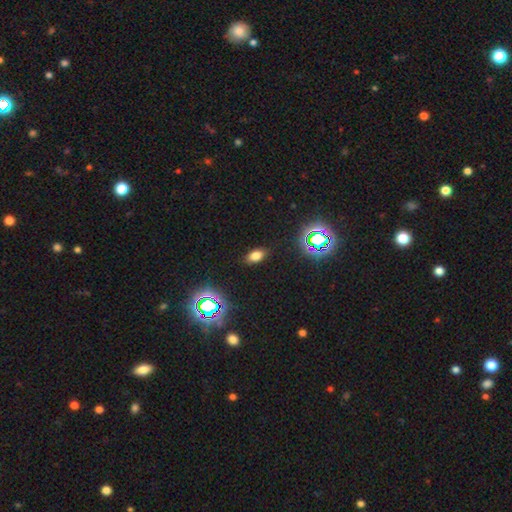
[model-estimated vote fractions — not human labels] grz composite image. It shows a smooth galaxy with no disk features (72%) that is in between round and cigar-shaped (87%). Merging: none (87%).